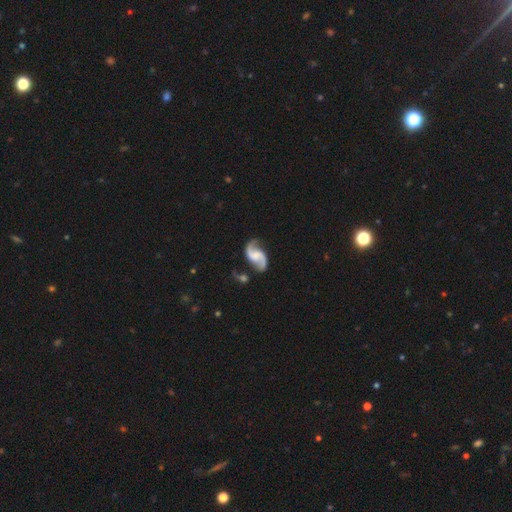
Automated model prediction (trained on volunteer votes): Smooth or featured: featured or disk — 91% (smooth — 5%)
Edge-on disk: no — 98% (yes — 2%)
Bar: no — 44% (weak — 43%)
Spiral arms: yes — 98% (no — 2%)
Spiral winding: loose — 59% (medium — 34%)
Spiral arm count: 2 — 94% (1 — 2%)
Bulge size: none — 44% (small — 25%)
Merging: none — 69% (minor disturbance — 17%)